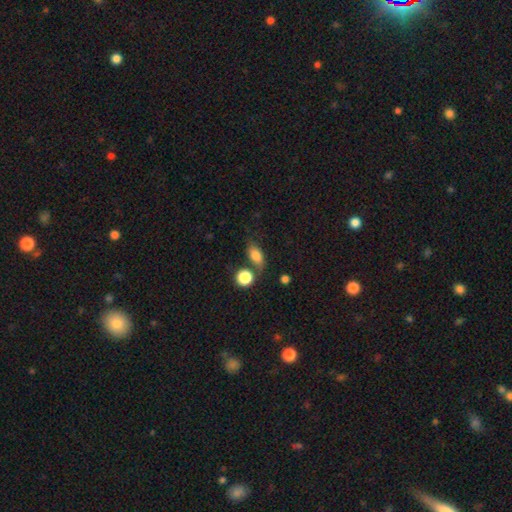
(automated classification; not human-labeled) Smooth or featured: smooth — 79% (featured or disk — 11%)
How rounded: in between — 79% (round — 16%)
Merging: none — 58% (minor disturbance — 20%)